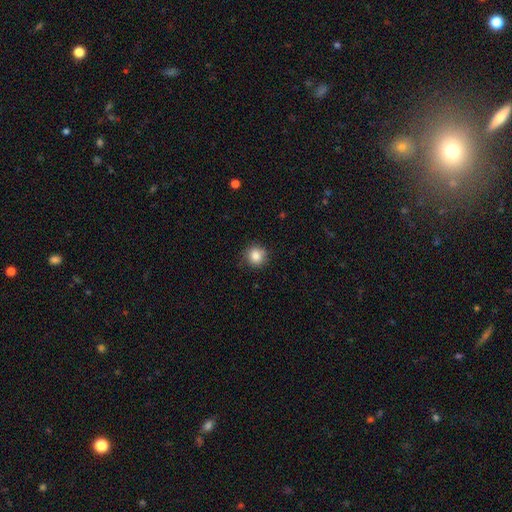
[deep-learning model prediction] A smooth galaxy with no disk features (84%) that is round (91%).

Vote fractions:
- Smooth or featured? smooth: 84% / star or artifact: 10% / featured or disk: 6%
- How rounded? round: 91% / in between: 8% / cigar-shaped: 1%
- Merging? none: 83% / minor disturbance: 13% / major disturbance: 3% / merger: 1%